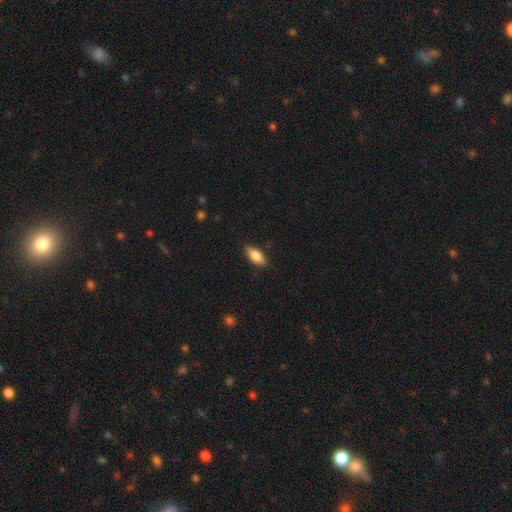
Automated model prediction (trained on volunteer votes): Q: Smooth or featured?
A: smooth (76%); runner-up: featured or disk (17%)
Q: How rounded?
A: in between (84%); runner-up: cigar-shaped (13%)
Q: Merging?
A: none (85%); runner-up: minor disturbance (12%)